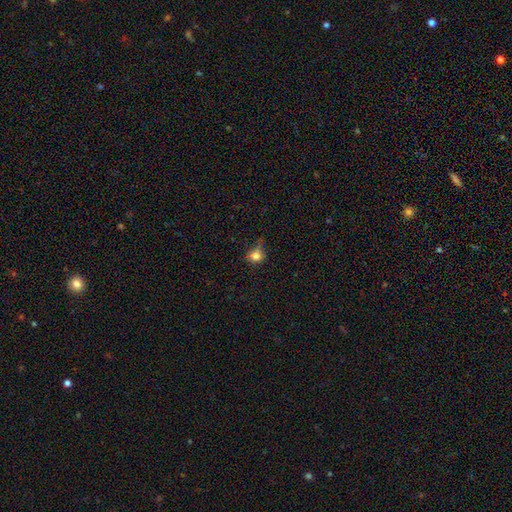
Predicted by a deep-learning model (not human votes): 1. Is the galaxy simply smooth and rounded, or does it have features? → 76% smooth, 13% star or artifact, 11% featured or disk.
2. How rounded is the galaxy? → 56% round, 42% in between, 2% cigar-shaped.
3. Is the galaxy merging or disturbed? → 39% none, 37% minor disturbance, 20% major disturbance, 4% merger.